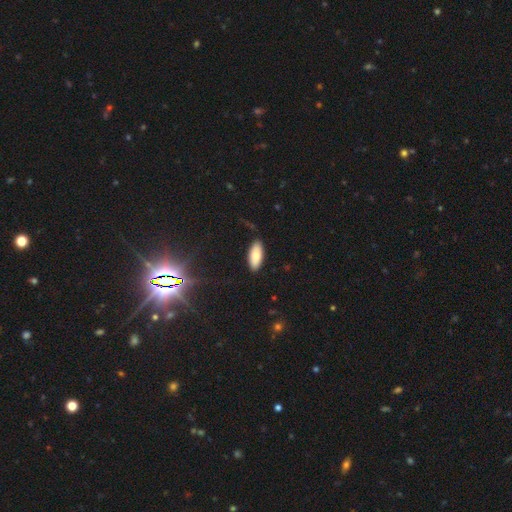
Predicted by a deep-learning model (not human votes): Morphology: type=smooth (80%); roundness=in between (84%); merging=none (87%).